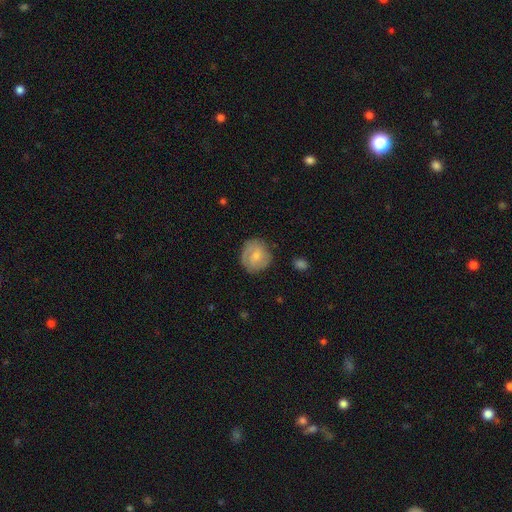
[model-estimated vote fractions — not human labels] Smooth or featured?
  - smooth: 59% *
  - featured or disk: 34%
  - star or artifact: 7%
How rounded?
  - round: 84% *
  - in between: 15%
  - cigar-shaped: 1%
Merging?
  - none: 77% *
  - minor disturbance: 17%
  - major disturbance: 5%
  - merger: 2%